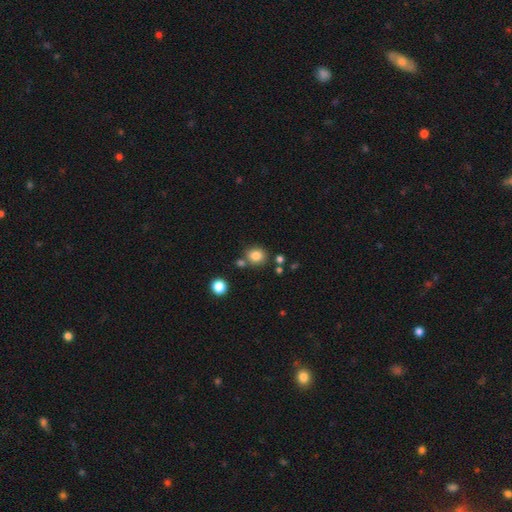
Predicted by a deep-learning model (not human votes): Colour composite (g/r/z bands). It shows a smooth galaxy with no disk features (83%) that is round (75%). Merging: none (73%).